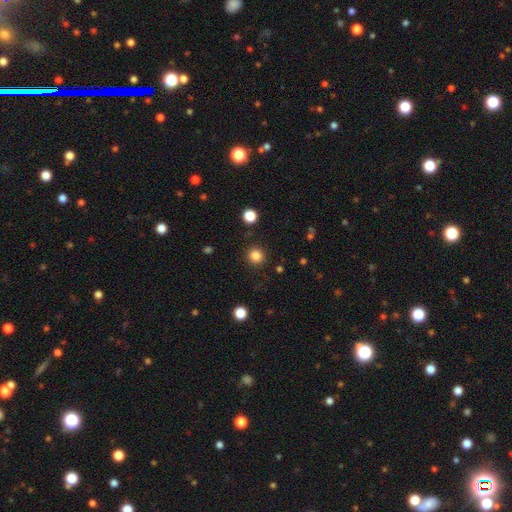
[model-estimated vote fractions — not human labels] smooth-or-featured: smooth: 84% | star or artifact: 12% | featured or disk: 4%
  how-rounded: round: 93% | in between: 6% | cigar-shaped: 1%
  merging: none: 90% | minor disturbance: 6% | major disturbance: 2% | merger: 2%